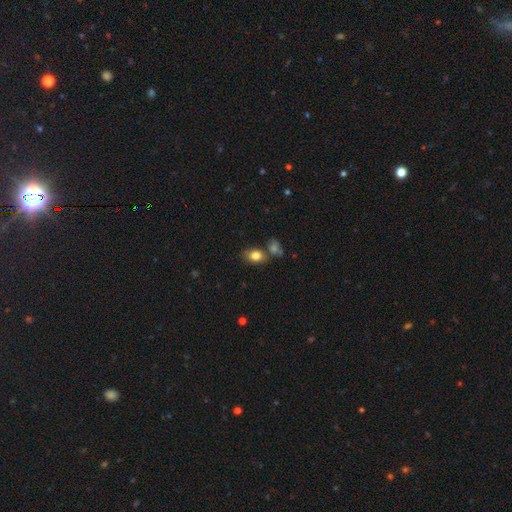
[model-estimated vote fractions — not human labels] Smooth or featured: smooth — 82% (star or artifact — 9%)
How rounded: in between — 76% (round — 23%)
Merging: none — 64% (merger — 18%)